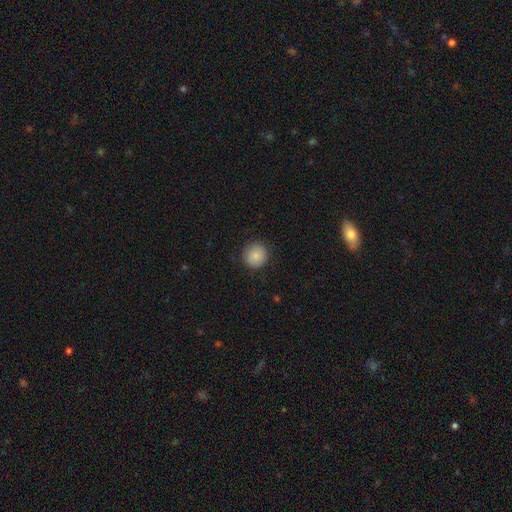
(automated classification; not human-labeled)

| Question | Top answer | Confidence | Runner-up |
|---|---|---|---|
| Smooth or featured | smooth | 86% | star or artifact (8%) |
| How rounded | round | 94% | in between (5%) |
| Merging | none | 90% | minor disturbance (7%) |